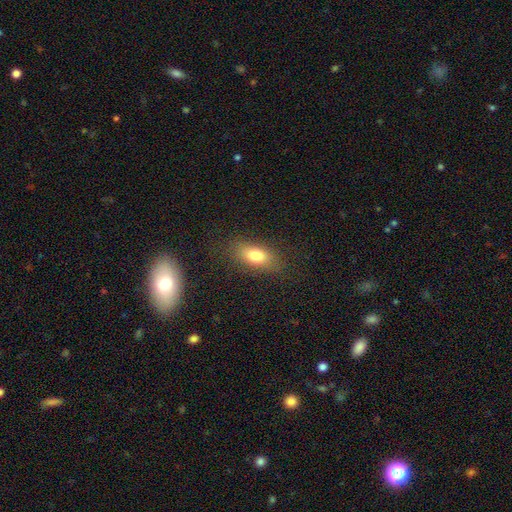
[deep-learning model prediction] smooth 77%, featured or disk 13%, star or artifact 9%. Down the decision tree: how rounded — in between (82%); merging — none (82%).